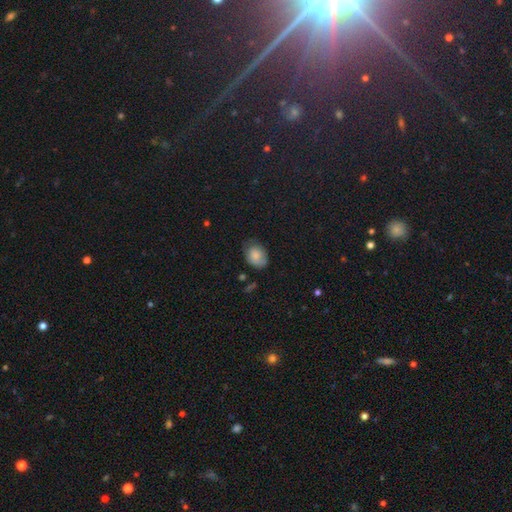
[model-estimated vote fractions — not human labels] A smooth galaxy with no disk features (79%) that is in between round and cigar-shaped (71%).

Vote fractions:
- Smooth or featured? smooth: 79% / featured or disk: 12% / star or artifact: 8%
- How rounded? in between: 71% / round: 28% / cigar-shaped: 1%
- Merging? none: 59% / minor disturbance: 31% / major disturbance: 8% / merger: 2%